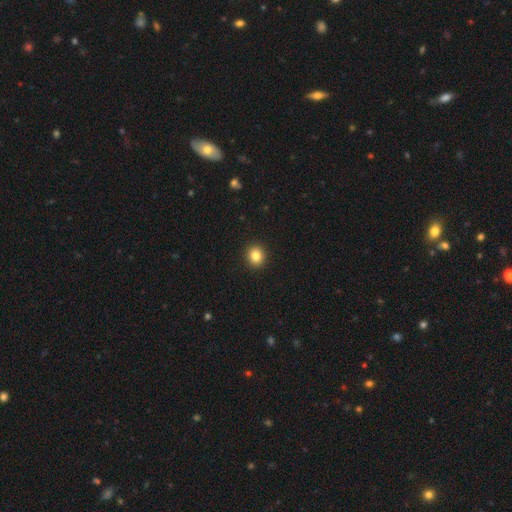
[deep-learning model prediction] This is clearly a smooth galaxy (84%). How rounded: clearly round (82%). Merging: clearly none (93%).